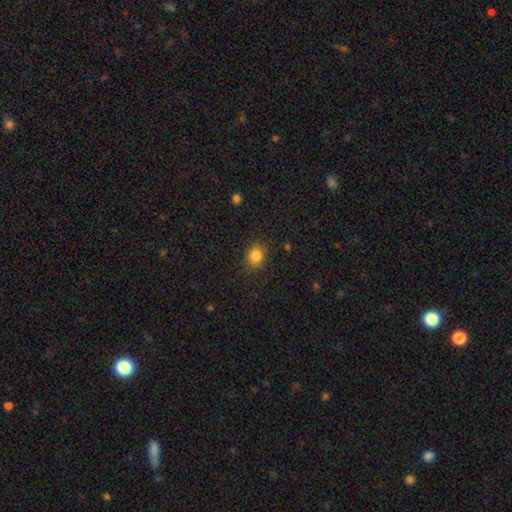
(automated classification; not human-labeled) smooth-or-featured: smooth: 84% | star or artifact: 11% | featured or disk: 5%
  how-rounded: round: 58% | in between: 41% | cigar-shaped: 1%
  merging: none: 87% | minor disturbance: 9% | major disturbance: 3% | merger: 1%